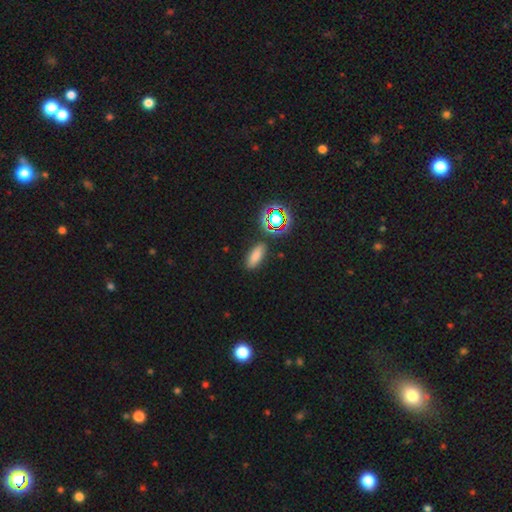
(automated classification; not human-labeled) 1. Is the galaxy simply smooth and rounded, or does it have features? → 74% smooth, 18% star or artifact, 7% featured or disk.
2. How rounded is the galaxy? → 75% in between, 19% cigar-shaped, 6% round.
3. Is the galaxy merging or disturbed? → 84% none, 10% minor disturbance, 3% merger, 3% major disturbance.